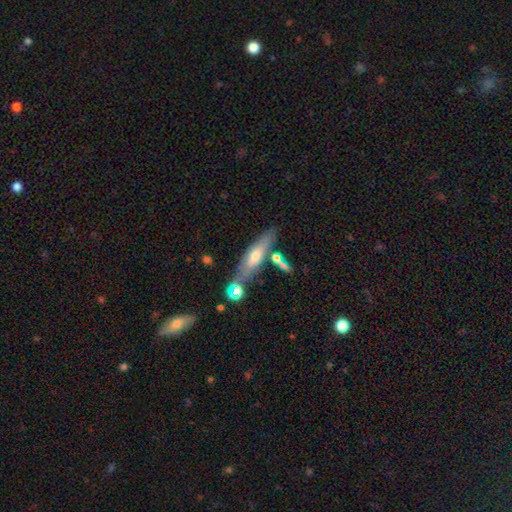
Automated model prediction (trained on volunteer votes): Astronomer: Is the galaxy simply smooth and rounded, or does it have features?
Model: smooth — 46%, tied with featured or disk at 46%.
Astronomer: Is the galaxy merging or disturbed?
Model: none — 67%.